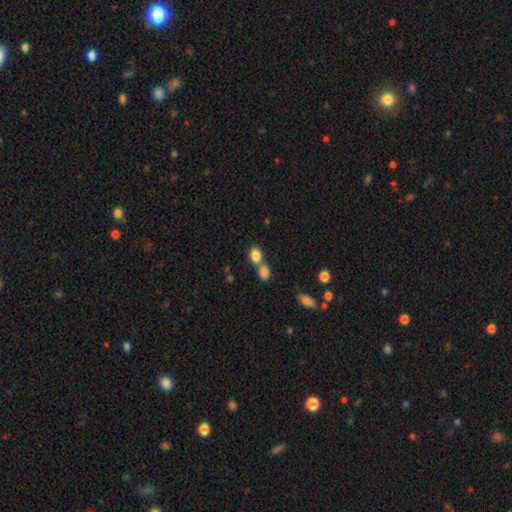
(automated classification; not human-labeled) smooth 84%, star or artifact 9%, featured or disk 7%. Down the decision tree: how rounded — in between (62%); merging — merger (50%).